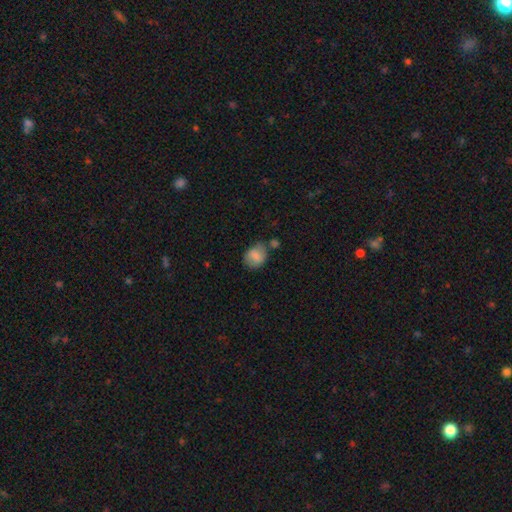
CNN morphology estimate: Q: Smooth or featured?
A: smooth (79%); runner-up: featured or disk (12%)
Q: How rounded?
A: round (50%); runner-up: in between (48%)
Q: Merging?
A: none (60%); runner-up: minor disturbance (21%)